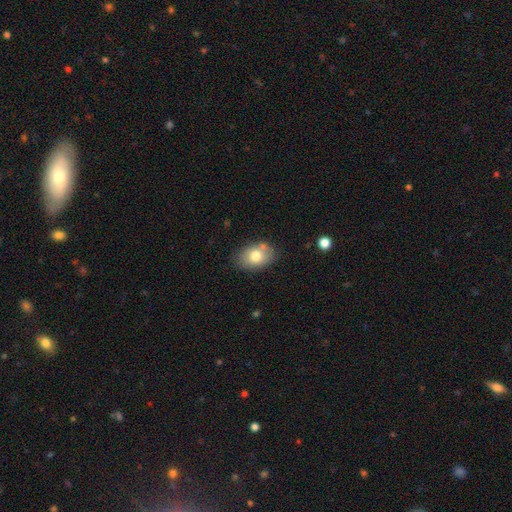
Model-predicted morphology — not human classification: Smooth or featured? Predicted: smooth (p=0.75). How rounded? Predicted: in between (p=0.80). Merging? Predicted: none (p=0.73).